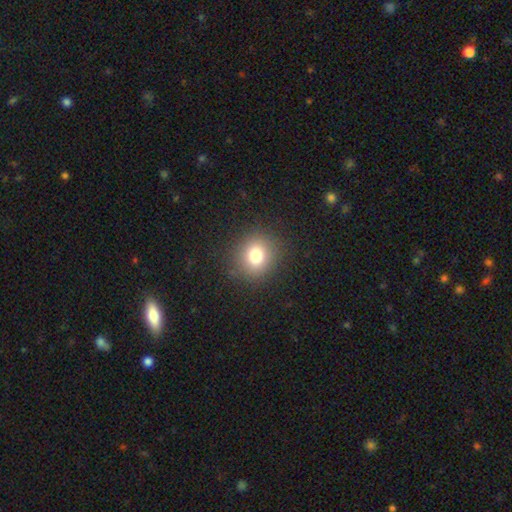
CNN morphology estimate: A smooth galaxy with no disk features (78%) that is round (81%). Merging: none (88%).